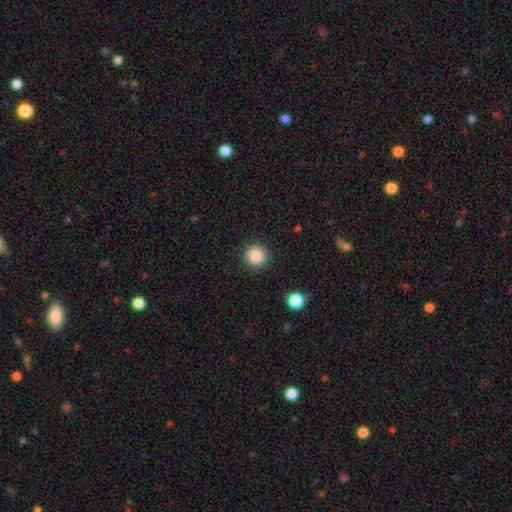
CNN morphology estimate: Smooth or featured?
  - smooth: 86% *
  - star or artifact: 10%
  - featured or disk: 4%
How rounded?
  - round: 95% *
  - in between: 4%
  - cigar-shaped: 1%
Merging?
  - none: 91% *
  - minor disturbance: 6%
  - major disturbance: 2%
  - merger: 1%